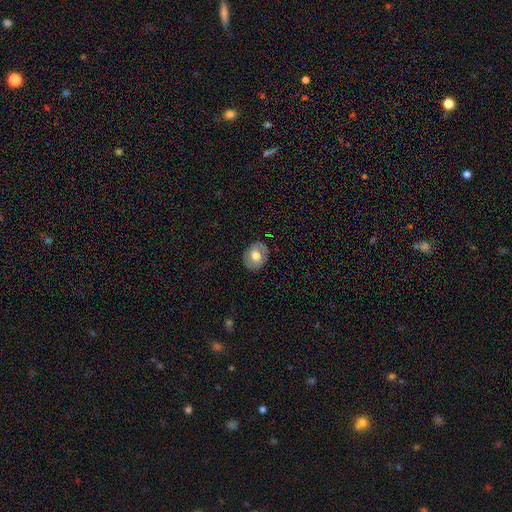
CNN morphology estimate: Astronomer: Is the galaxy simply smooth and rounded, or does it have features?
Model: smooth — 65%.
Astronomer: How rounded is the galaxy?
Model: round — 55% (runner-up: in between, 44%).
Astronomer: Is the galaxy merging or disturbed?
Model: none — 85%.